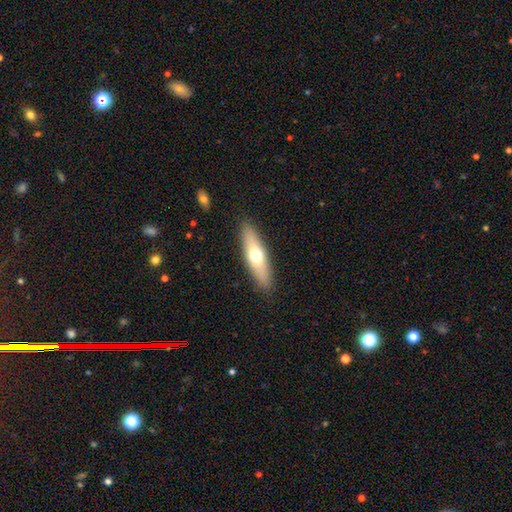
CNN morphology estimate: type=smooth (58%); roundness=cigar-shaped (65%); merging=none (89%).